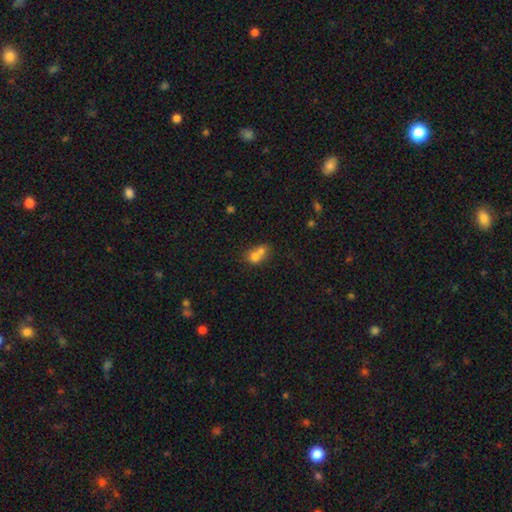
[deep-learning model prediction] smooth-or-featured: smooth: 69% | featured or disk: 19% | star or artifact: 12%
  how-rounded: round: 61% | in between: 38% | cigar-shaped: 1%
  merging: merger: 68% | none: 22% | minor disturbance: 6% | major disturbance: 3%